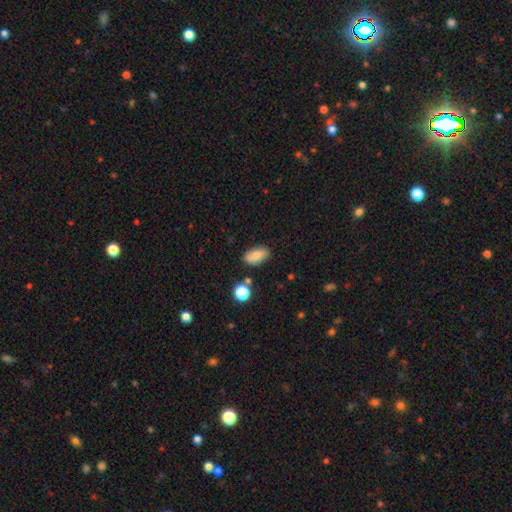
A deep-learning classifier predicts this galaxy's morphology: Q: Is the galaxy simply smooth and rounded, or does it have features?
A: smooth — 76%.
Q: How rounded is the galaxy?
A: in between — 88%.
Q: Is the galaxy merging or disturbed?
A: none — 81%.